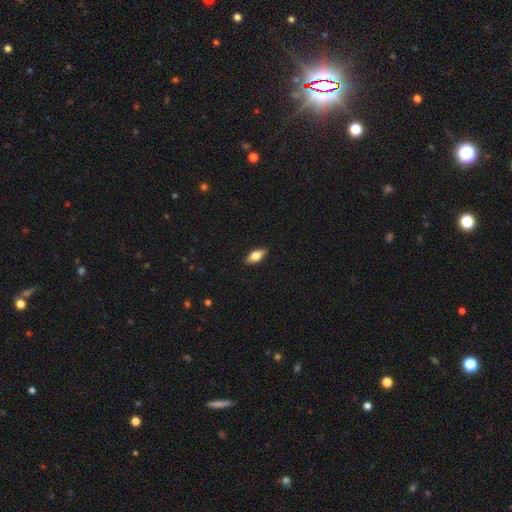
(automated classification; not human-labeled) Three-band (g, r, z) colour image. It shows a smooth galaxy with no disk features (67%) that is in between round and cigar-shaped (81%). Merging: none (89%).